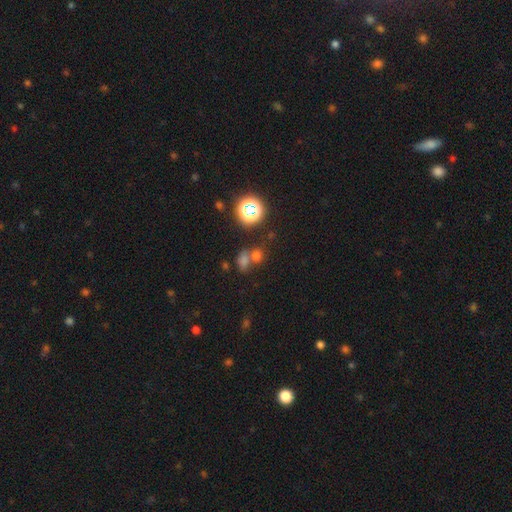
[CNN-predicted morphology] This appears to be a smooth galaxy with no disk features (61%) that is round (54%). Merging: merger (46%).